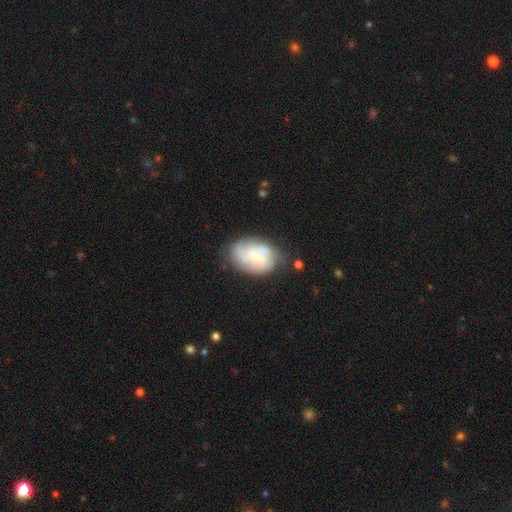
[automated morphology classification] smooth_or_featured: featured or disk (p=0.60) [alt: smooth p=0.32]
disk_edge_on: no (p=0.97) [alt: yes p=0.03]
bar: no (p=0.45) [alt: weak p=0.42]
has_spiral_arms: yes (p=0.72) [alt: no p=0.28]
bulge_size: none (p=0.39) [alt: small p=0.34]
merging: none (p=0.55) [alt: minor disturbance p=0.27]